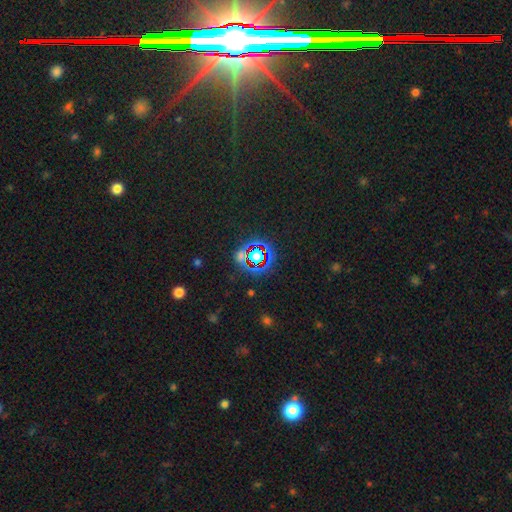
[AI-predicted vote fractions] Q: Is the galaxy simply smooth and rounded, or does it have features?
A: star or artifact — 70%.